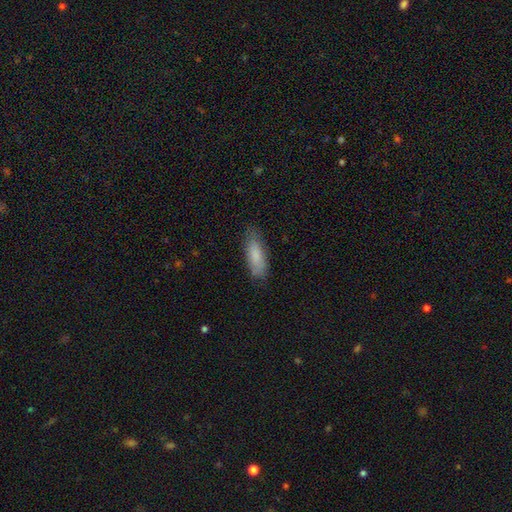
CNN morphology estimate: Smooth or featured? smooth (81%)
How rounded? in between (60%)
Merging? none (76%)